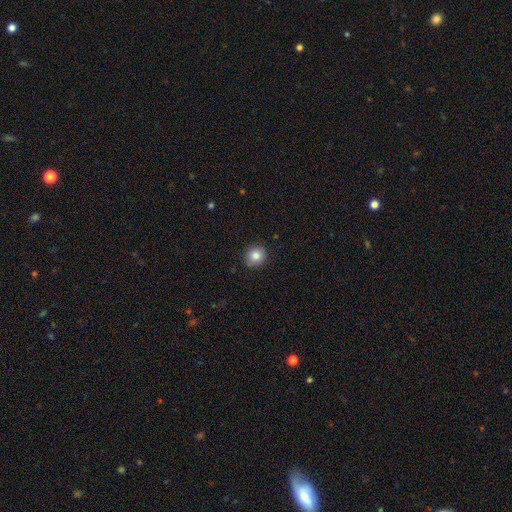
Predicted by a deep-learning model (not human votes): The model was most divided on "smooth or featured": smooth: 84%, star or artifact: 10%, featured or disk: 6%. More confident: how rounded — round (91%); merging — none (89%).